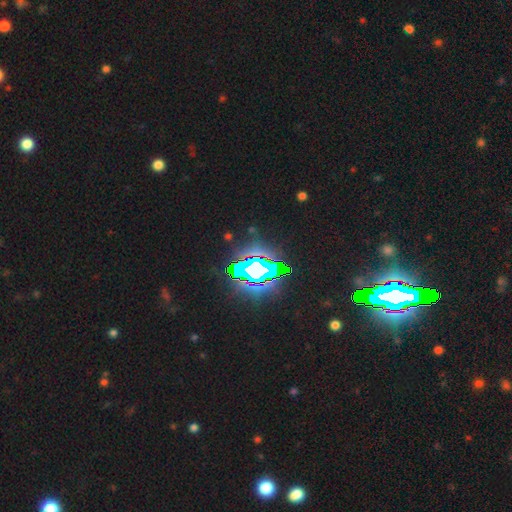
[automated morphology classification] smooth_or_featured: star or artifact (p=0.82) [alt: featured or disk p=0.09]